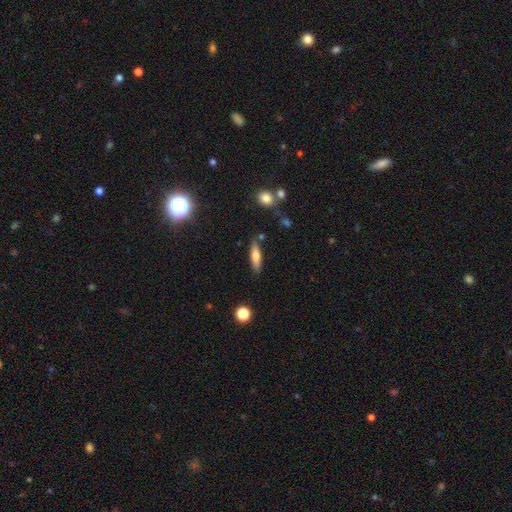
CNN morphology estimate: Overall: smooth (64%; featured or disk 28%). How rounded: cigar-shaped (65%; in between 32%). Merging: none (81%).